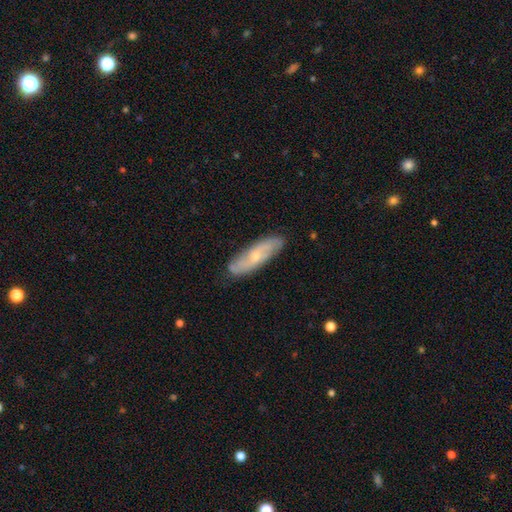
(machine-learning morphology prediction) Smooth or featured?
  - featured or disk: 61% *
  - smooth: 33%
  - star or artifact: 7%
Edge-on disk?
  - no: 75% *
  - yes: 25%
Merging?
  - none: 83% *
  - minor disturbance: 13%
  - major disturbance: 2%
  - merger: 1%